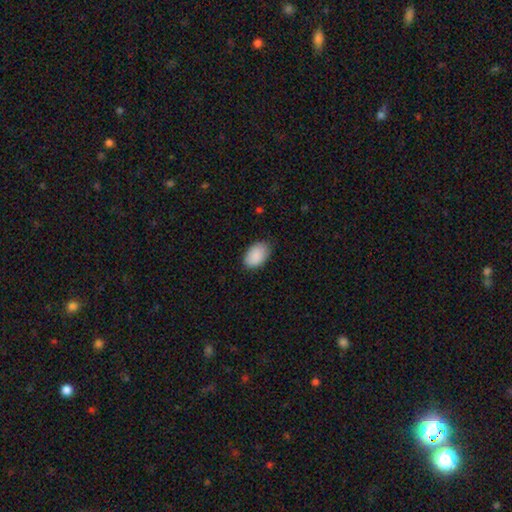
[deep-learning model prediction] Smooth or featured: smooth — 90% (star or artifact — 6%)
How rounded: in between — 93% (round — 6%)
Merging: none — 81% (minor disturbance — 15%)